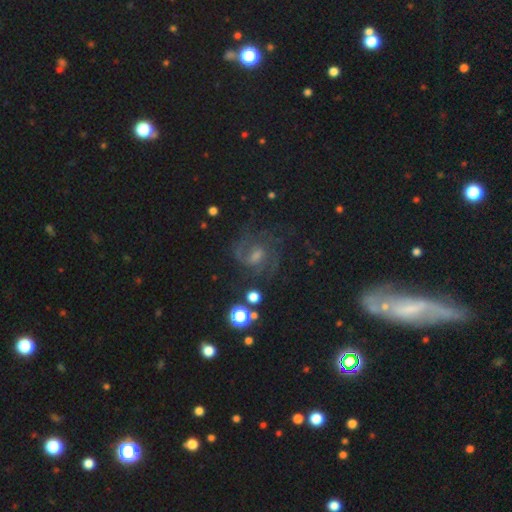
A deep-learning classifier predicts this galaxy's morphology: This is likely a featured or disk galaxy (76%). It is clearly not viewed edge-on (98%). Bar: possibly weak (53%). Spiral arm pattern: clearly yes (94%). Spiral arm count: marginally 2 (43%). Spiral winding: possibly medium (52%). Central bulge: marginally moderate (42%). Merging: likely none (66%).